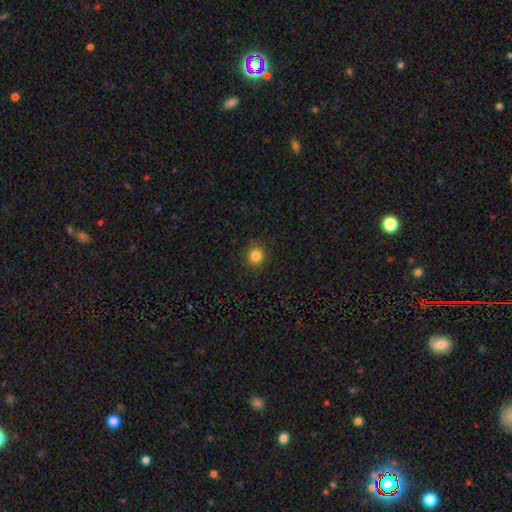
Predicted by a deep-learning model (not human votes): Smooth or featured? Predicted: smooth (p=0.84). How rounded? Predicted: round (p=0.88). Merging? Predicted: none (p=0.89).